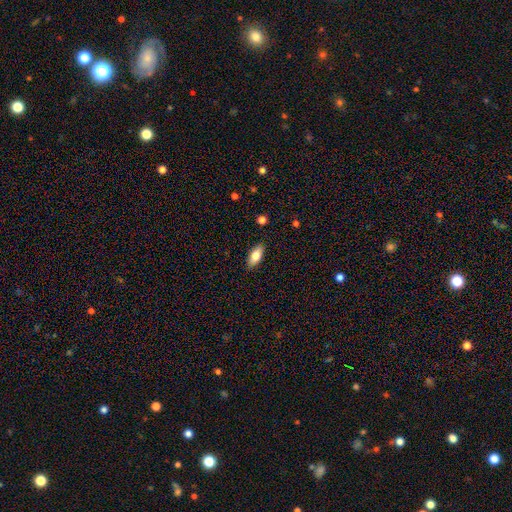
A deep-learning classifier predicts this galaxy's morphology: This appears to be a smooth galaxy with no disk features (74%) that is in between round and cigar-shaped (82%). Merging: none (88%).